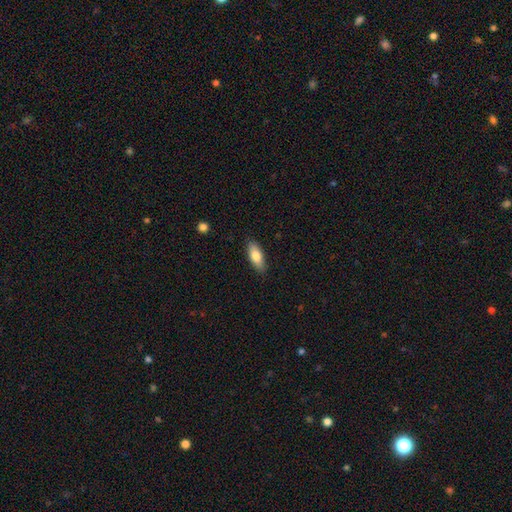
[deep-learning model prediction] A smooth galaxy with no disk features (79%) that is in between round and cigar-shaped (74%). Merging: none (88%).